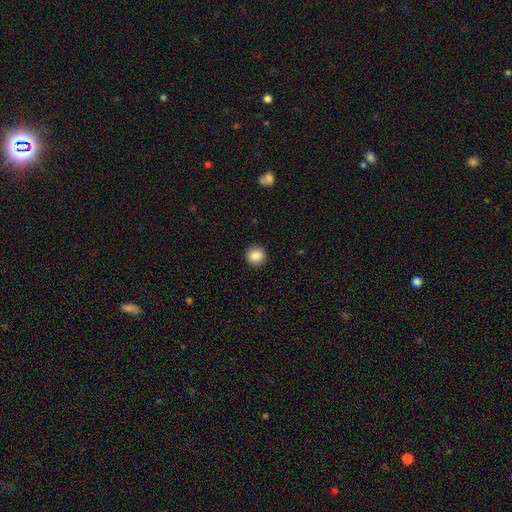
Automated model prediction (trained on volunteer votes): smooth_or_featured: smooth (p=0.87) [alt: star or artifact p=0.09]
how_rounded: round (p=0.91) [alt: in between p=0.08]
merging: none (p=0.92) [alt: minor disturbance p=0.05]